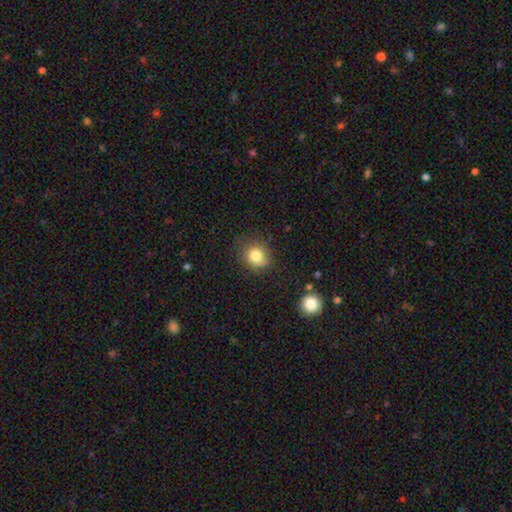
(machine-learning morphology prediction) Smooth or featured? smooth (81%)
How rounded? round (79%)
Merging? none (71%)